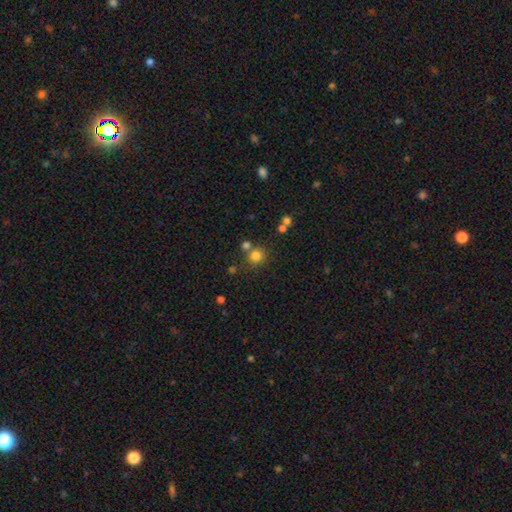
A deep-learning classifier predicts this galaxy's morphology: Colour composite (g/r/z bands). It shows a smooth galaxy with no disk features (79%) that is round (89%). Merging: none (70%).